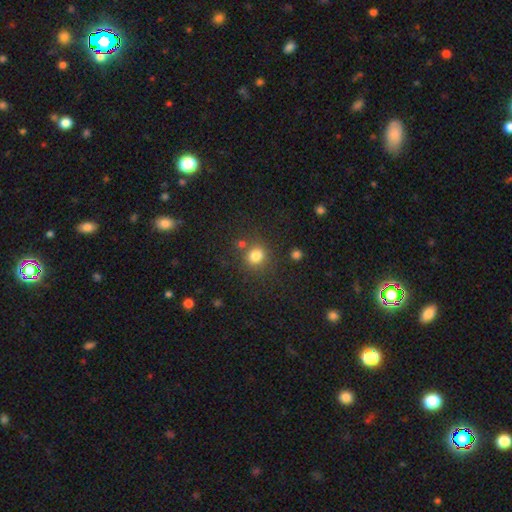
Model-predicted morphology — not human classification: Q: Smooth or featured?
A: smooth (80%); runner-up: star or artifact (14%)
Q: How rounded?
A: round (82%); runner-up: in between (17%)
Q: Merging?
A: none (75%); runner-up: merger (11%)